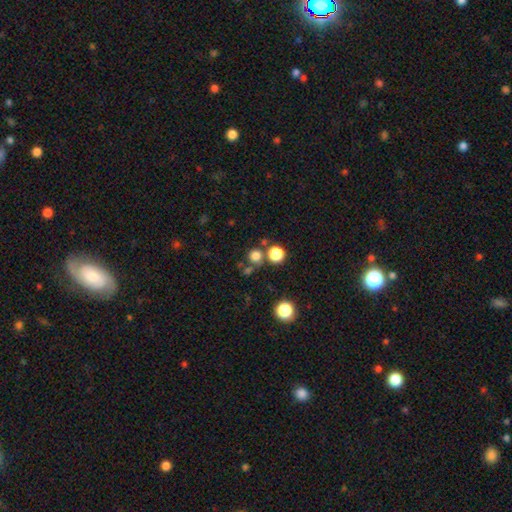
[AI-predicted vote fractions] The model was most divided on "merging": none: 69%, merger: 20%, minor disturbance: 7%, major disturbance: 4%. More confident: how rounded — round (92%); smooth or featured — smooth (76%).